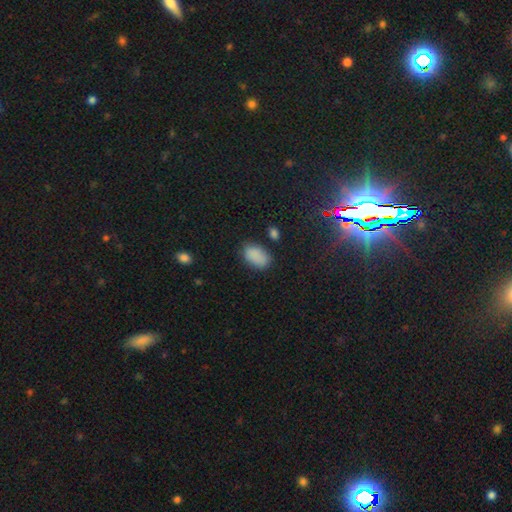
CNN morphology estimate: A smooth galaxy with no disk features (87%) that is in between round and cigar-shaped (90%).

Vote fractions:
- Smooth or featured? smooth: 87% / star or artifact: 9% / featured or disk: 4%
- How rounded? in between: 90% / round: 8% / cigar-shaped: 1%
- Merging? none: 74% / minor disturbance: 18% / major disturbance: 5% / merger: 4%